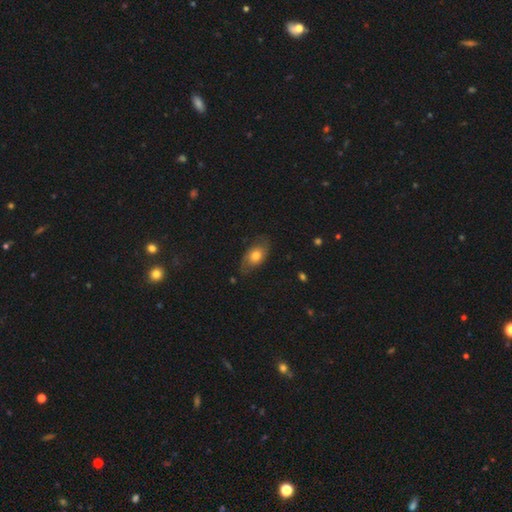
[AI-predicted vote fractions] This is likely a smooth galaxy (66%). How rounded: clearly in between (86%). Merging: likely none (70%).